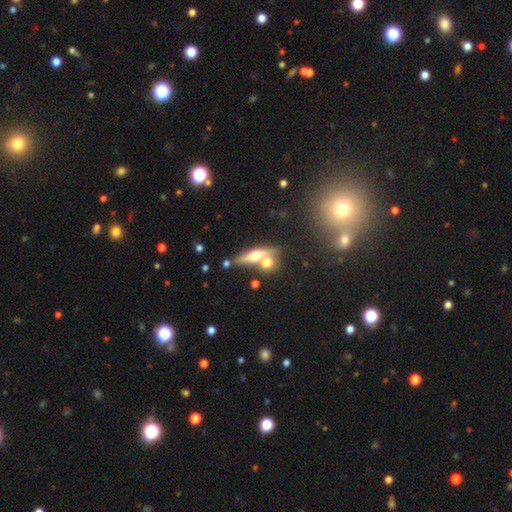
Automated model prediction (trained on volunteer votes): This is possibly a featured or disk galaxy (48%). Merging: possibly none (48%).